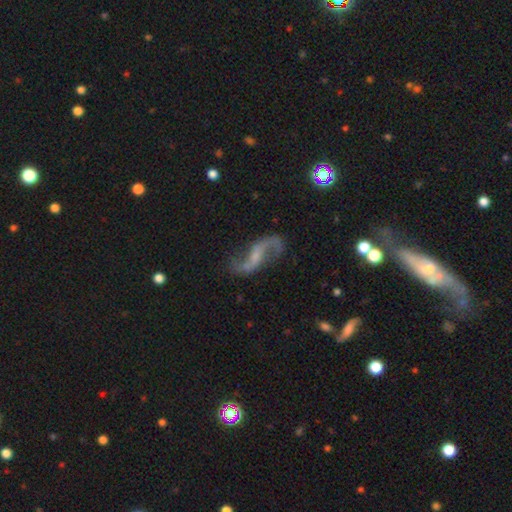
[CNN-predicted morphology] The model was most divided on "bar": weak: 44%, no: 34%, strong: 22%. More confident: spiral arms — yes (95%); edge-on disk — no (95%); spiral arm count — 2 (93%); smooth or featured — featured or disk (87%); spiral winding — loose (83%); merging — none (74%); bulge size — small (50%).